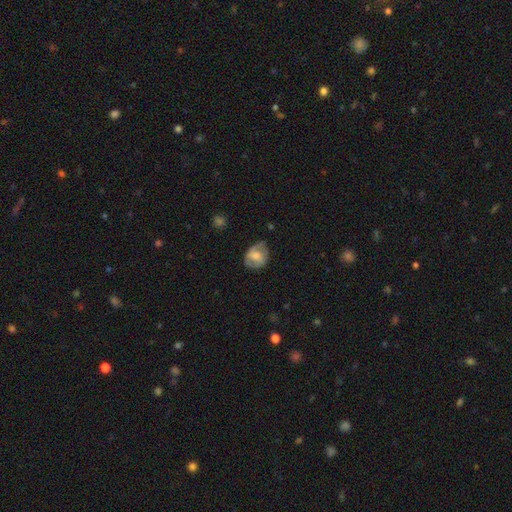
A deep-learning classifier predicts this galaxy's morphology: Smooth or featured? smooth (57%)
How rounded? in between (54%)
Merging? none (60%)